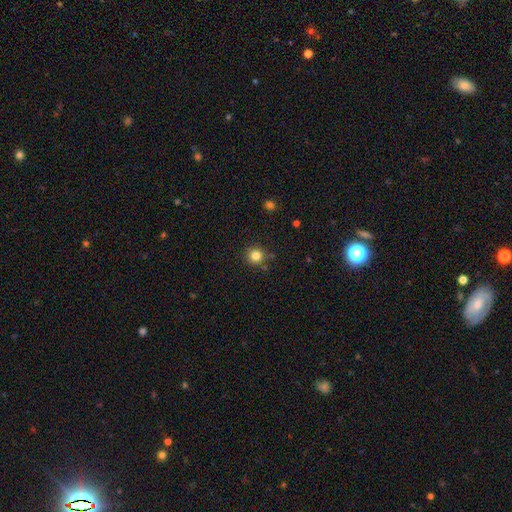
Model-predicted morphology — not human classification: smooth_or_featured: smooth (p=0.82) [alt: star or artifact p=0.12]
how_rounded: round (p=0.94) [alt: in between p=0.05]
merging: none (p=0.83) [alt: minor disturbance p=0.10]